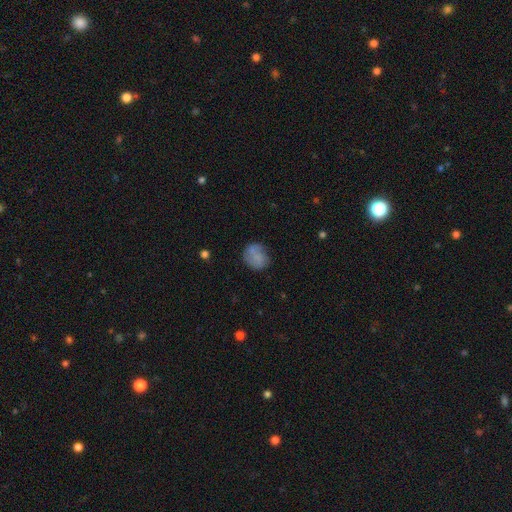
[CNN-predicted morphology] A smooth galaxy with no disk features (67%) that is round (69%). Merging: none (57%).